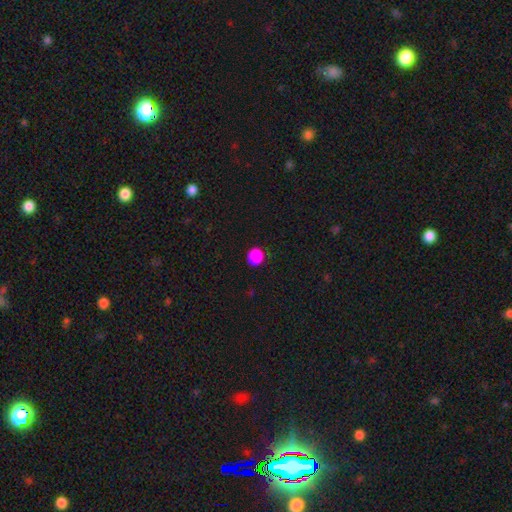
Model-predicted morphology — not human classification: A smooth galaxy with no disk features (88%) that is round (85%). Merging: none (90%).